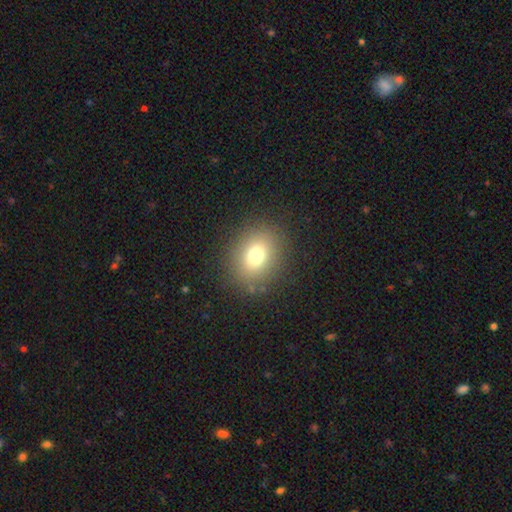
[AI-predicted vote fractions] smooth 74%, star or artifact 14%, featured or disk 11%. Down the decision tree: how rounded — round (58%); merging — none (86%).